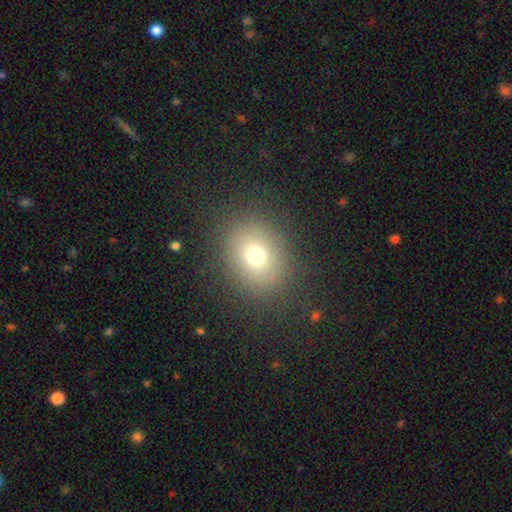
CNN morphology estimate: Smooth or featured? Predicted: smooth (p=0.73). How rounded? Predicted: round (p=0.59). Merging? Predicted: none (p=0.86).